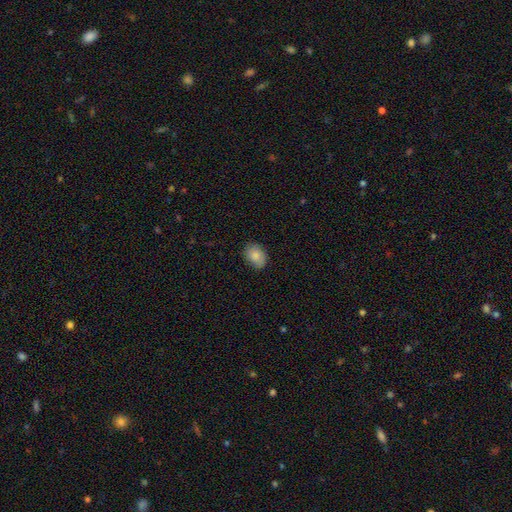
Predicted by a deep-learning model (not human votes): smooth-or-featured: smooth: 84% | featured or disk: 8% | star or artifact: 7%
  how-rounded: in between: 73% | round: 26% | cigar-shaped: 1%
  merging: none: 82% | minor disturbance: 14% | major disturbance: 3% | merger: 1%